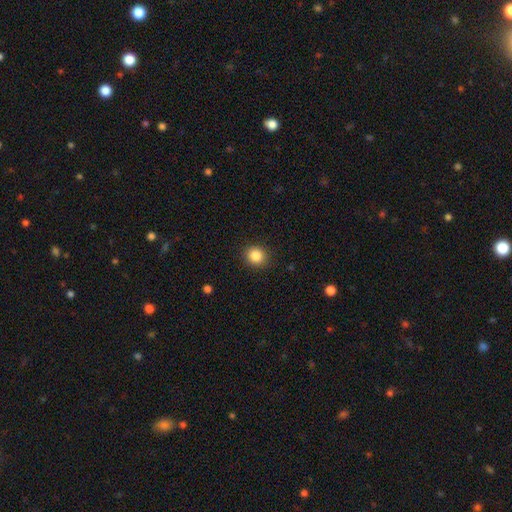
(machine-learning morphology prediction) A smooth galaxy with no disk features (86%) that is round (86%). Merging: none (90%).